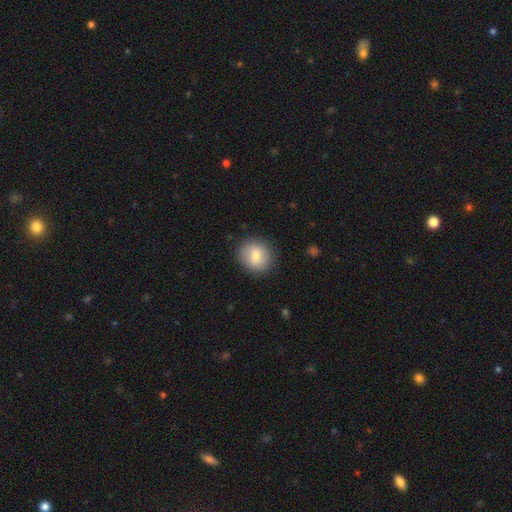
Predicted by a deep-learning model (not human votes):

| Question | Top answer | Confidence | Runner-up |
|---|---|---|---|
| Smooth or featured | smooth | 73% | featured or disk (19%) |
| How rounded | round | 86% | in between (13%) |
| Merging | none | 88% | minor disturbance (9%) |